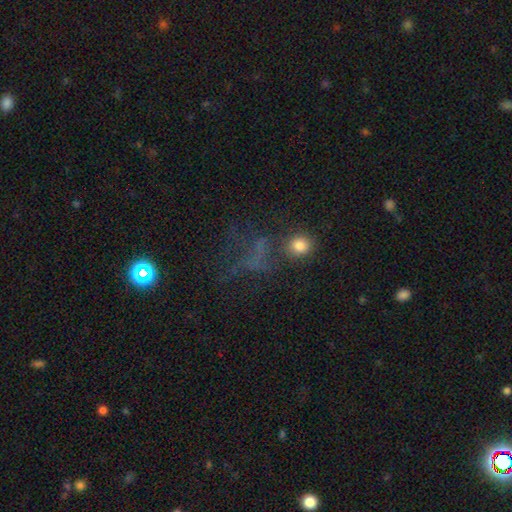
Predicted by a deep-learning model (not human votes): smooth-or-featured: smooth: 39% | star or artifact: 38% | featured or disk: 23%
  merging: none: 45% | major disturbance: 30% | minor disturbance: 16% | merger: 9%